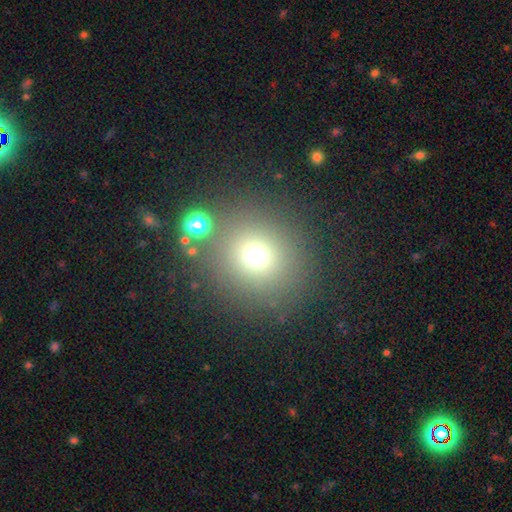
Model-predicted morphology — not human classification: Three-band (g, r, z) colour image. It shows a smooth galaxy with no disk features (70%) that is round (88%). Merging: none (79%).